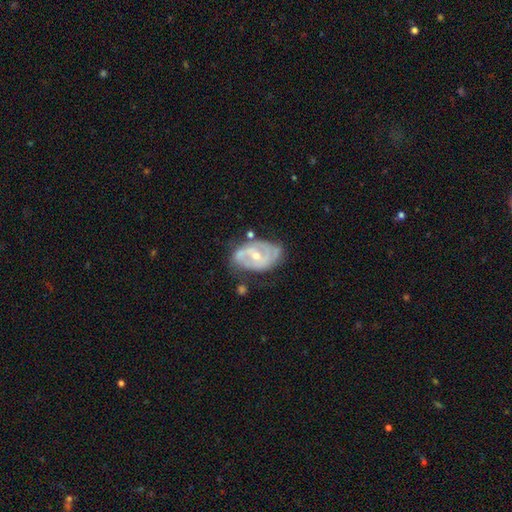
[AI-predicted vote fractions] A featured or disk galaxy (80%) with no bar (44%), 2 (55%) tight (45%) spiral arms (82%) and a small central bulge (48%, tied with moderate). Merging: none (55%).